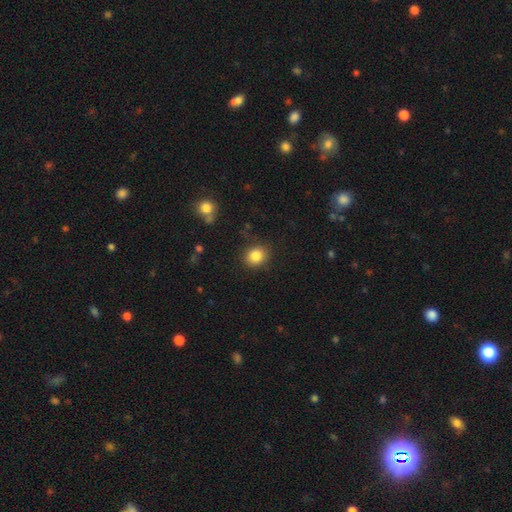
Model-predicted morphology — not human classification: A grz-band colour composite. It shows a smooth galaxy with no disk features (85%) that is round (73%). Merging: none (86%).